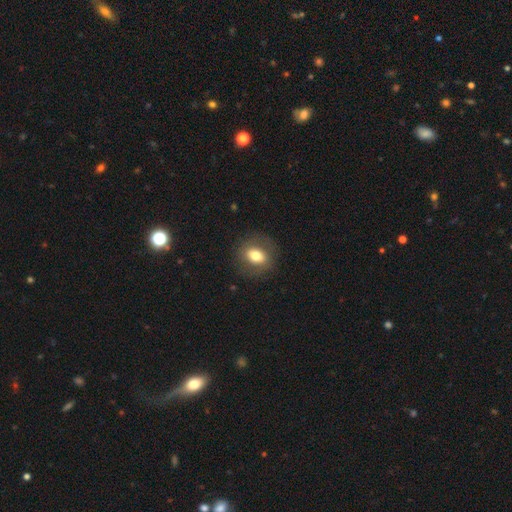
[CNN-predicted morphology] type=smooth (70%); roundness=in between (55%); merging=none (83%).